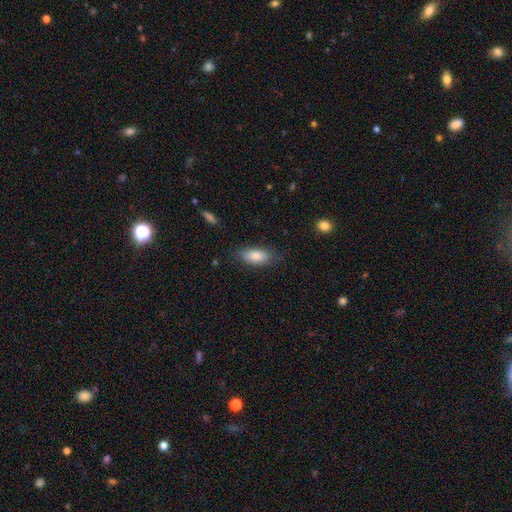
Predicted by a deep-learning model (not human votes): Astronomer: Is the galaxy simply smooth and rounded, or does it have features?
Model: smooth — 80%.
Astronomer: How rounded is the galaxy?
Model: in between — 86%.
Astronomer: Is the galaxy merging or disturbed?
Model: none — 79%.